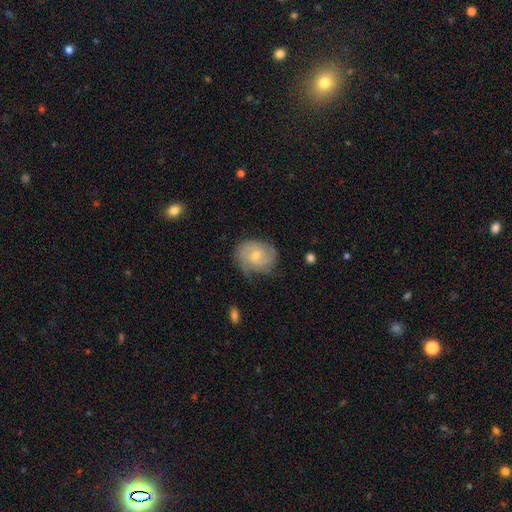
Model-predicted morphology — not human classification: type=featured or disk (70%); edge-on=no (97%); bar=no (62%); spiral arms=yes (92%); winding=tight (53%); arm count=2 (41%); bulge=small (52%); merging=none (62%).